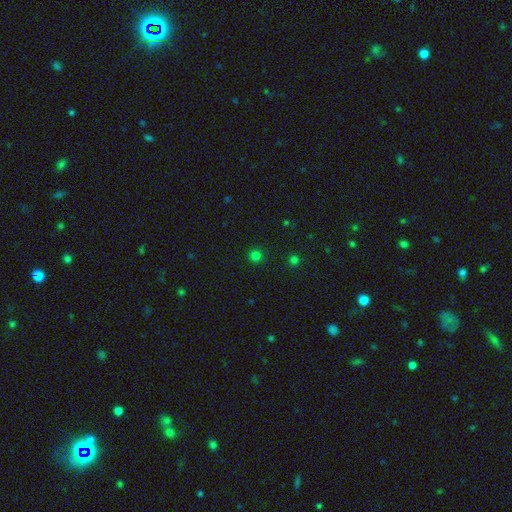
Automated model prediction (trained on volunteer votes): Smooth or featured?
  - smooth: 76% *
  - star or artifact: 20%
  - featured or disk: 4%
How rounded?
  - round: 93% *
  - in between: 6%
  - cigar-shaped: 1%
Merging?
  - none: 90% *
  - minor disturbance: 6%
  - major disturbance: 2%
  - merger: 2%